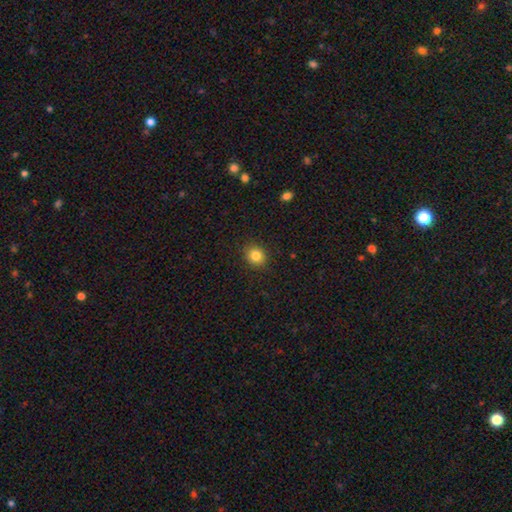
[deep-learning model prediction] Morphology: type=smooth (83%); roundness=round (78%); merging=none (90%).